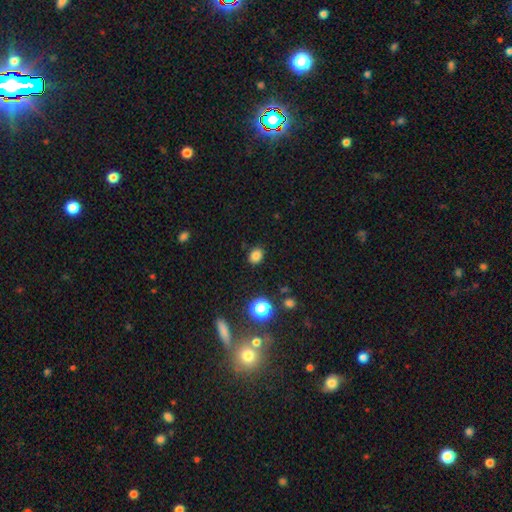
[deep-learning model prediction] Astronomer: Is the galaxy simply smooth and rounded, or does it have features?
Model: smooth — 81%.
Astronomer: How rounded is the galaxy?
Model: in between — 53% (runner-up: round, 46%).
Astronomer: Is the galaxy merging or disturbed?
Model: none — 87%.